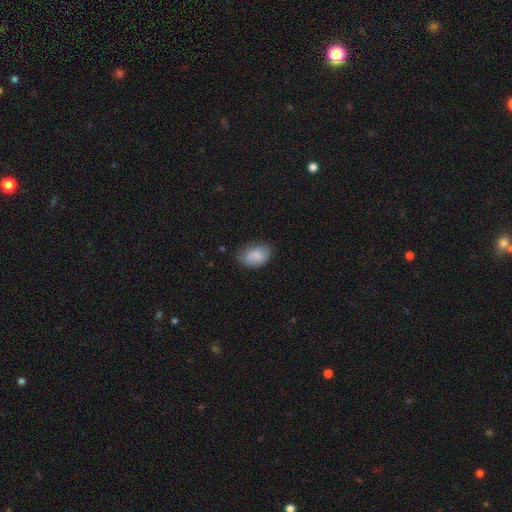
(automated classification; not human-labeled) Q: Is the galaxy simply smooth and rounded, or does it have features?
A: smooth — 85%.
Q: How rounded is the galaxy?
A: in between — 87%.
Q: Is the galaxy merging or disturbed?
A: none — 67%.